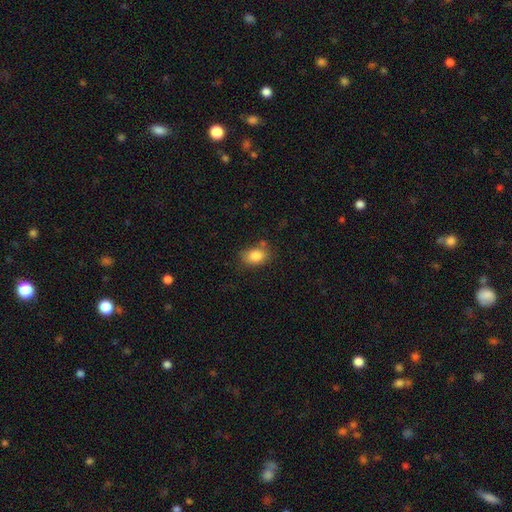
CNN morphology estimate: type=smooth (85%); roundness=in between (79%); merging=none (68%).